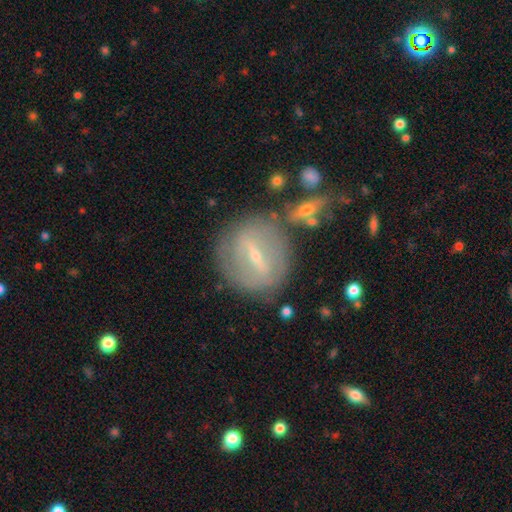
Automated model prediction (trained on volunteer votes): Smooth or featured: featured or disk — 71% (smooth — 22%)
Edge-on disk: no — 85% (yes — 15%)
Bar: strong — 58% (weak — 32%)
Spiral arms: no — 58% (yes — 42%)
Bulge size: small — 71% (moderate — 25%)
Merging: none — 74% (minor disturbance — 14%)